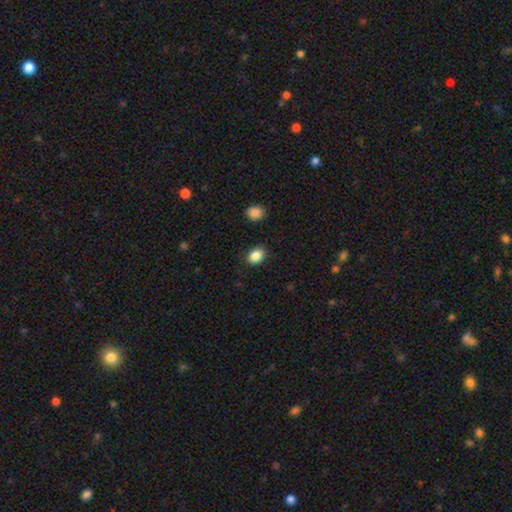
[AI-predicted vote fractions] A smooth galaxy with no disk features (87%) that is in between round and cigar-shaped (62%). Merging: none (87%).